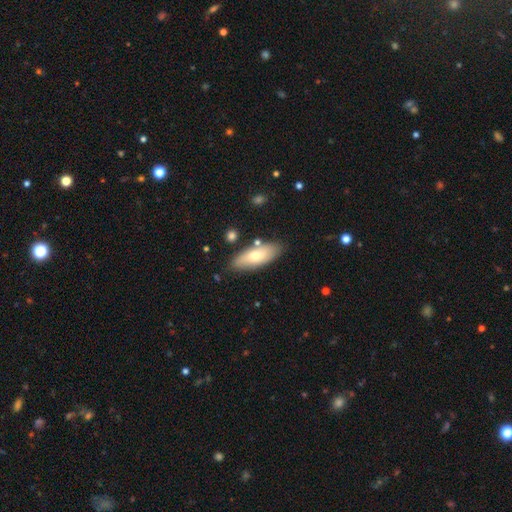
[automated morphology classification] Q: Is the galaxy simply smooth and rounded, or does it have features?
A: smooth — 68%.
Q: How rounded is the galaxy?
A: in between — 72%.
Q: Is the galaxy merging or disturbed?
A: none — 81%.